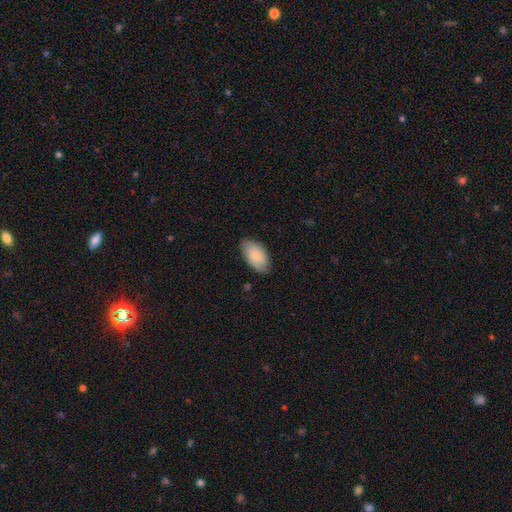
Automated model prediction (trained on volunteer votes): Smooth or featured: smooth — 79% (featured or disk — 16%)
How rounded: in between — 95% (round — 3%)
Merging: none — 78% (minor disturbance — 18%)